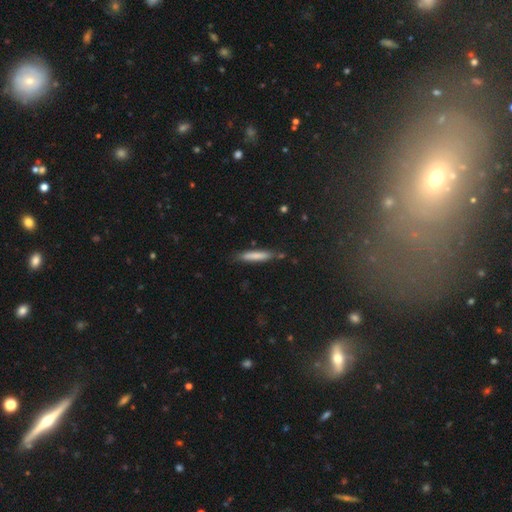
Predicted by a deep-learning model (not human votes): smooth 75%, featured or disk 18%, star or artifact 7%. Down the decision tree: how rounded — cigar-shaped (91%); merging — none (79%).